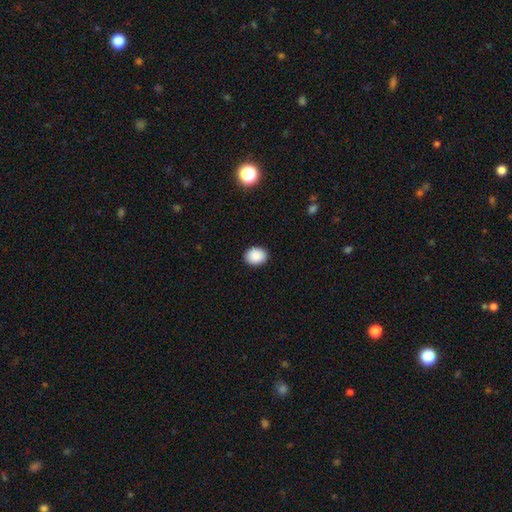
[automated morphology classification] smooth-or-featured: smooth: 89% | star or artifact: 8% | featured or disk: 3%
  how-rounded: in between: 52% | round: 47% | cigar-shaped: 1%
  merging: none: 90% | minor disturbance: 7% | major disturbance: 2% | merger: 1%